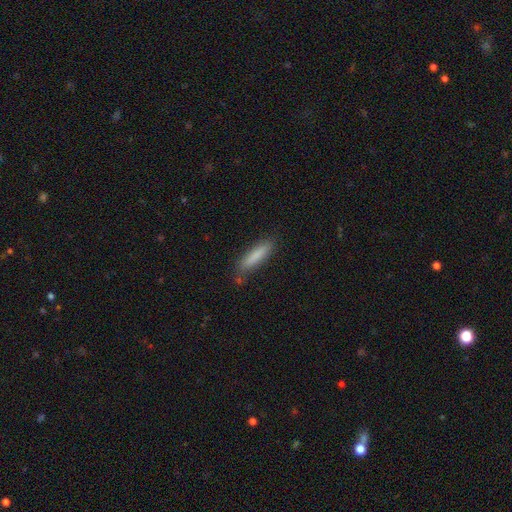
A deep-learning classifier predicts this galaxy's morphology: This appears to be a smooth galaxy with no disk features (83%) that is cigar-shaped (80%). Merging: none (83%).